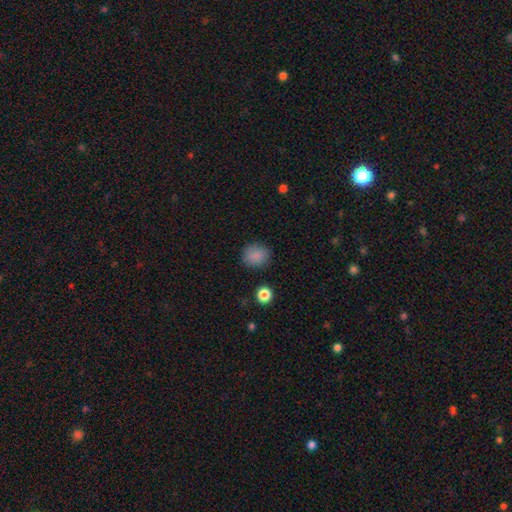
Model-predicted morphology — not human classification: A smooth galaxy with no disk features (86%) that is round (75%).

Vote fractions:
- Smooth or featured? smooth: 86% / star or artifact: 10% / featured or disk: 4%
- How rounded? round: 75% / in between: 24% / cigar-shaped: 1%
- Merging? none: 83% / minor disturbance: 11% / major disturbance: 3% / merger: 2%